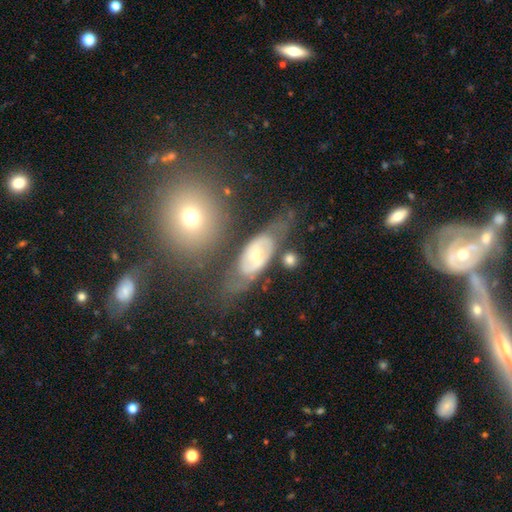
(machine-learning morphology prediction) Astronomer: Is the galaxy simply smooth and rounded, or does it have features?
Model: featured or disk — 63%.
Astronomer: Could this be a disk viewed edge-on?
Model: no — 88%.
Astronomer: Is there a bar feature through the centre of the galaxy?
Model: no — 72%.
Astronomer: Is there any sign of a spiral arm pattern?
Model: no — 59% (runner-up: yes, 41%).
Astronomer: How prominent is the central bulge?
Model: moderate — 53% (runner-up: small, 43%).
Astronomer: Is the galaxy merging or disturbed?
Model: none — 54%.